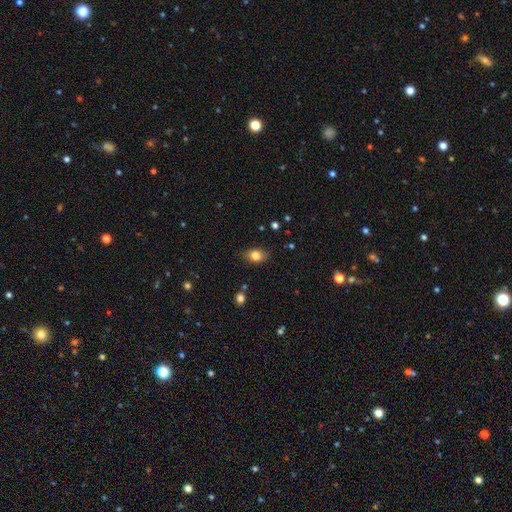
Overall: smooth (87%). How rounded: in between (59%; round 41%). Merging: none (86%).